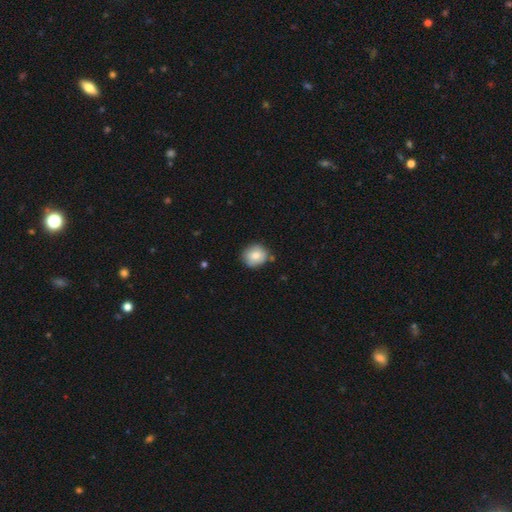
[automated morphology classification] Overall: smooth (81%). How rounded: round (82%). Merging: none (79%).